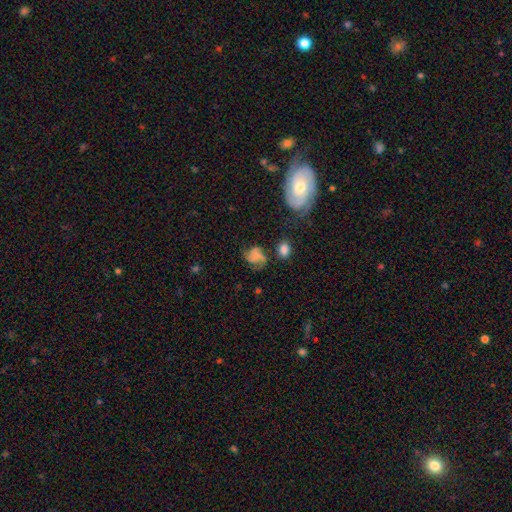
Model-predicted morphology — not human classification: smooth-or-featured: featured or disk: 55% | smooth: 33% | star or artifact: 11%
  disk-edge-on: no: 98% | yes: 2%
    bar: no: 65% | weak: 29% | strong: 7%
    has-spiral-arms: yes: 90% | no: 10%
    bulge-size: none: 53% | small: 26% | moderate: 13% | large: 5% | dominant: 2%
  merging: none: 52% | minor disturbance: 23% | major disturbance: 19% | merger: 6%